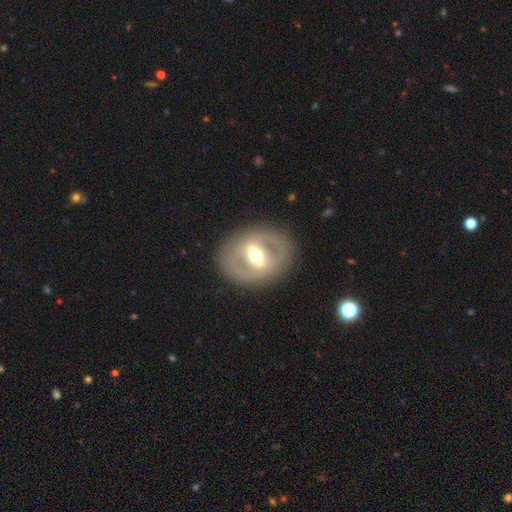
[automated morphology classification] Smooth or featured: featured or disk — 70% (smooth — 24%)
Edge-on disk: no — 91% (yes — 9%)
Bar: strong — 52% (weak — 34%)
Spiral arms: no — 69% (yes — 31%)
Bulge size: moderate — 70% (small — 18%)
Merging: none — 84% (minor disturbance — 10%)